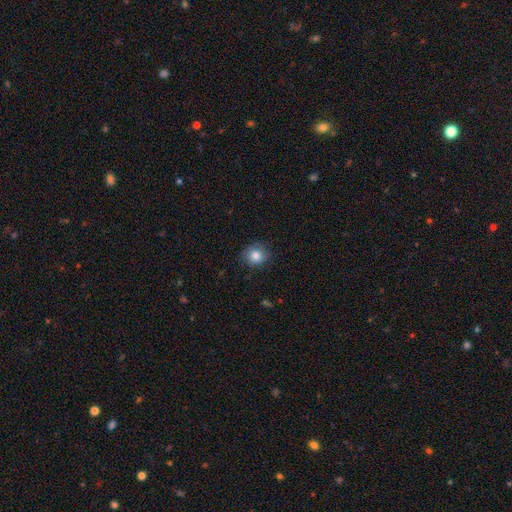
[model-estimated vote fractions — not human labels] Q: Smooth or featured?
A: smooth (82%); runner-up: star or artifact (10%)
Q: How rounded?
A: round (80%); runner-up: in between (19%)
Q: Merging?
A: none (83%); runner-up: minor disturbance (13%)